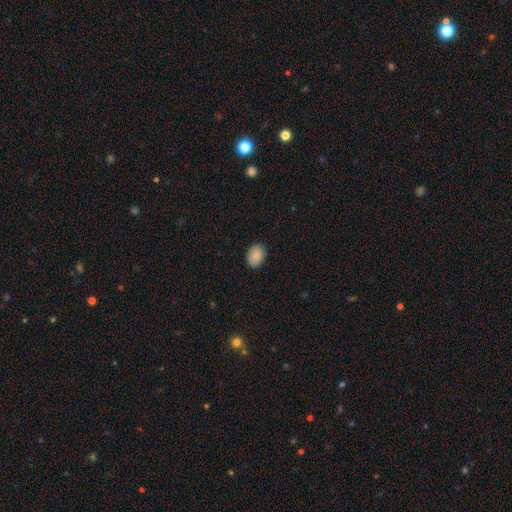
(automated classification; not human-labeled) Morphology: type=smooth (89%); roundness=in between (75%); merging=none (88%).